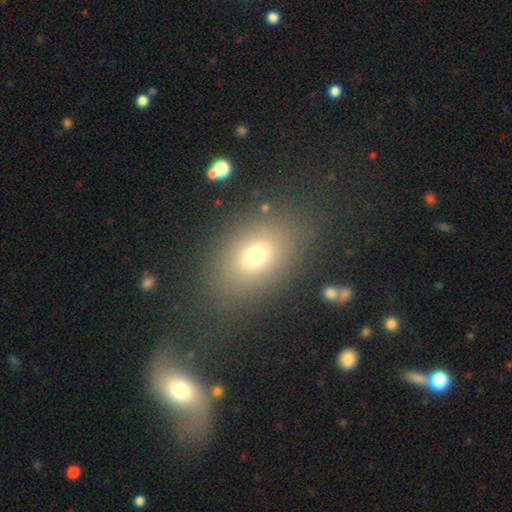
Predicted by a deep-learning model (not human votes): The model was most divided on "how rounded": in between: 73%, round: 25%, cigar-shaped: 2%. More confident: merging — none (78%); smooth or featured — smooth (70%).